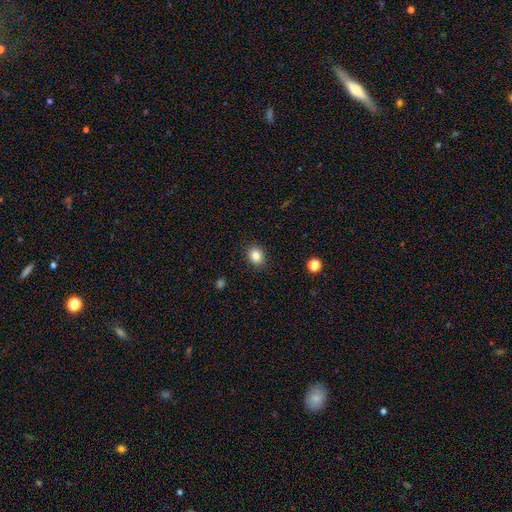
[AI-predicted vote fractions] This appears to be a smooth galaxy with no disk features (85%) that is round (58%). Merging: none (89%).